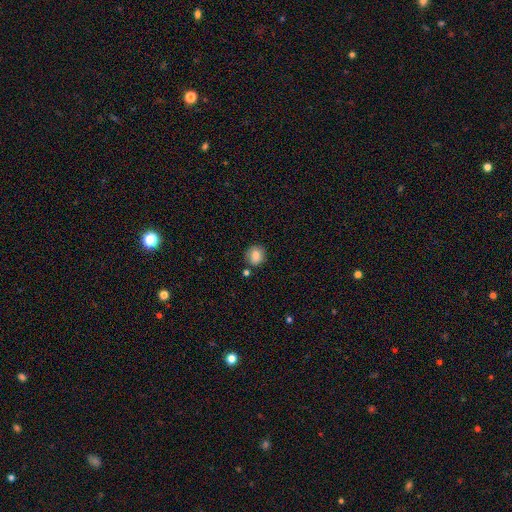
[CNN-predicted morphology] This is clearly a smooth galaxy (83%). How rounded: likely round (74%). Merging: likely none (77%).